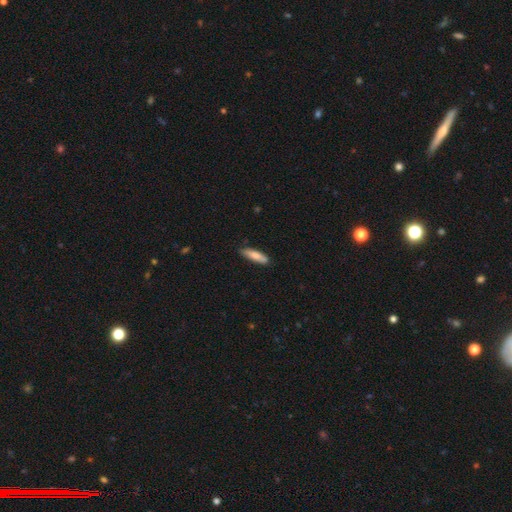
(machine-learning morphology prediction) smooth 77%, featured or disk 17%, star or artifact 6%. Down the decision tree: how rounded — cigar-shaped (67%); merging — none (83%).